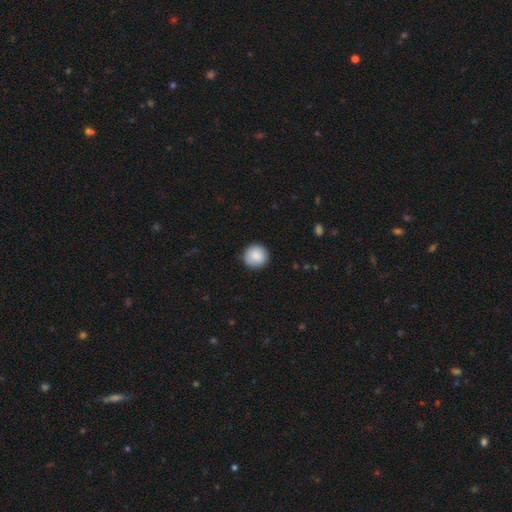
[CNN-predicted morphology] smooth 88%, star or artifact 7%, featured or disk 5%. Down the decision tree: how rounded — round (94%); merging — none (90%).